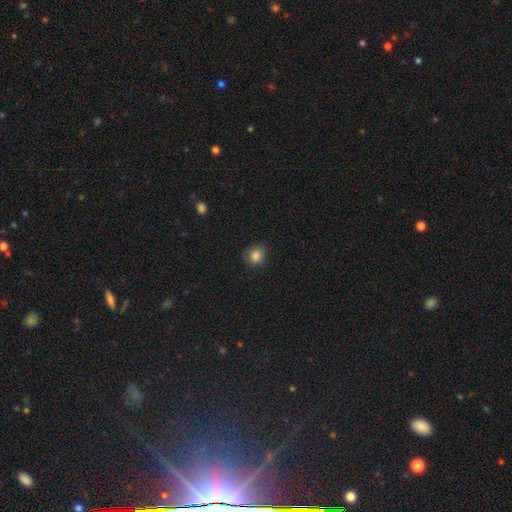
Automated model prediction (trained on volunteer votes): smooth 85%, star or artifact 11%, featured or disk 4%. Down the decision tree: how rounded — round (82%); merging — none (79%).